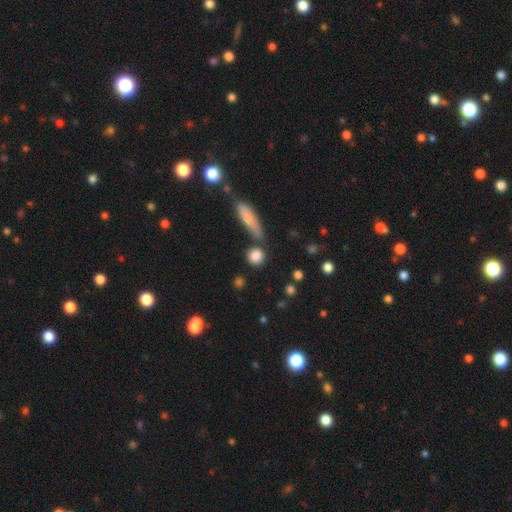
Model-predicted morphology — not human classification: The model was most divided on "merging": none: 75%, merger: 11%, minor disturbance: 10%, major disturbance: 4%. More confident: smooth or featured — smooth (85%); how rounded — round (78%).